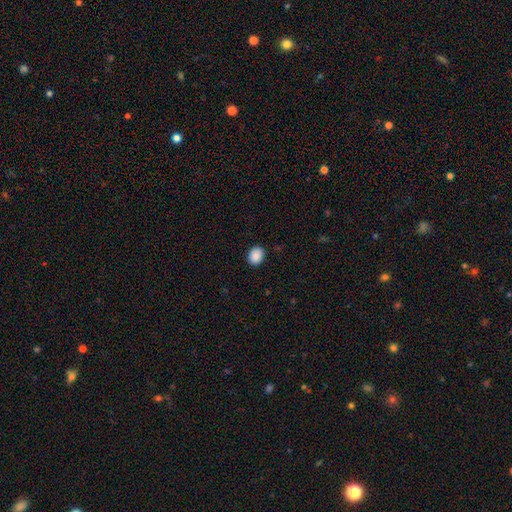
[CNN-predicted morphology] Smooth or featured? Predicted: smooth (p=0.90). How rounded? Predicted: in between (p=0.50). Merging? Predicted: none (p=0.89).